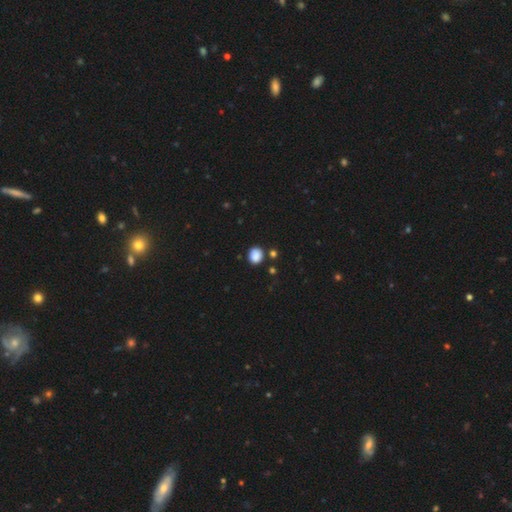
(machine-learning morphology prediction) A smooth galaxy with no disk features (86%) that is round (74%). Merging: none (81%).